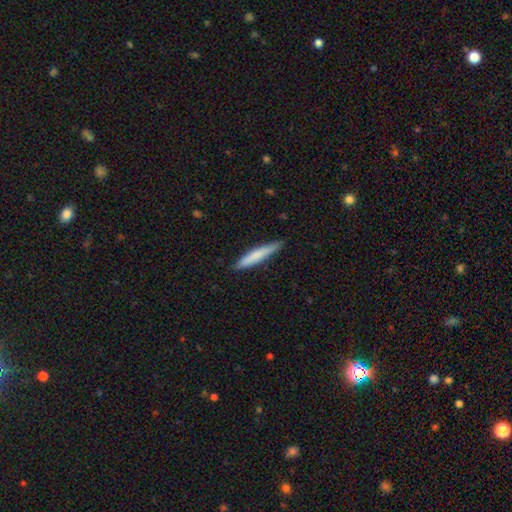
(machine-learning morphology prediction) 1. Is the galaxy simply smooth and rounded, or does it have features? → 73% smooth, 21% featured or disk, 5% star or artifact.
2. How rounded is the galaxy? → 93% cigar-shaped, 6% in between, 1% round.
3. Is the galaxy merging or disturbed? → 87% none, 11% minor disturbance, 2% major disturbance, 1% merger.